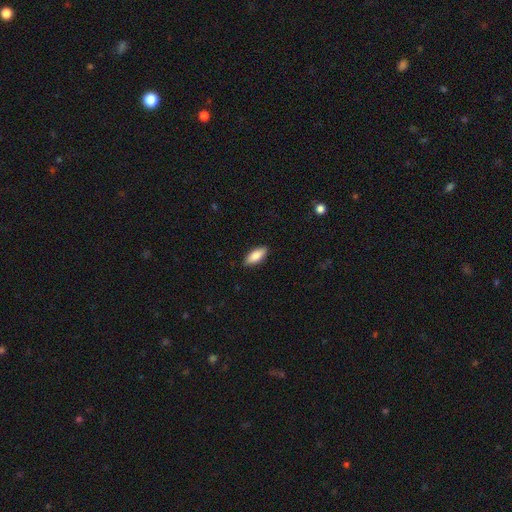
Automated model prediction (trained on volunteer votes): Morphology: type=smooth (82%); roundness=in between (79%); merging=none (89%).